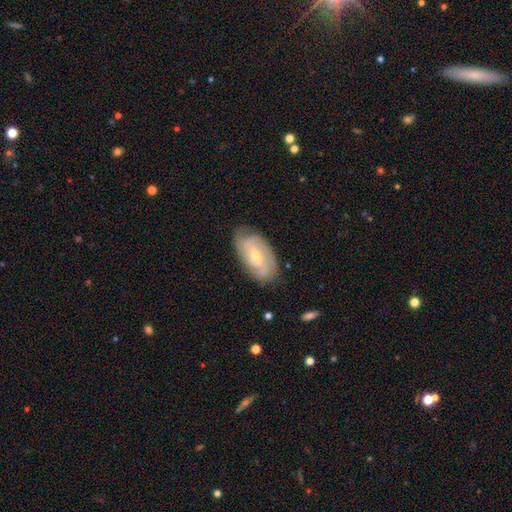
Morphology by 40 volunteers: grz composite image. It shows a featured or disk galaxy (92%) with no bar (67%), tight (66%) spiral arms (89%) and a small central bulge (64%). Merging: none (85%).